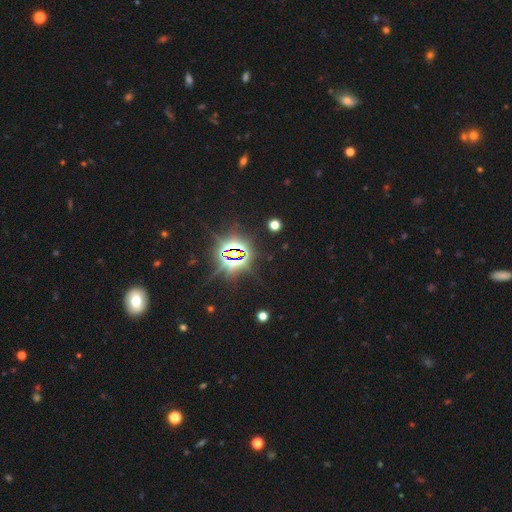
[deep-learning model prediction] A star or artifact, not a galaxy (84%).

Vote fractions:
- Smooth or featured? star or artifact: 84% / smooth: 9% / featured or disk: 7%